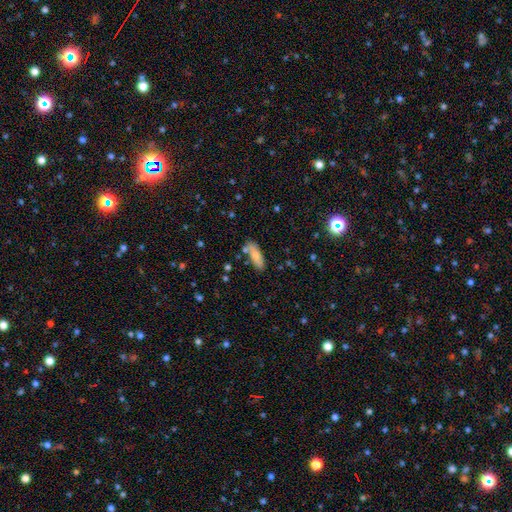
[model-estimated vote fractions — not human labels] Q: Smooth or featured?
A: smooth (76%); runner-up: featured or disk (17%)
Q: How rounded?
A: in between (63%); runner-up: cigar-shaped (35%)
Q: Merging?
A: none (70%); runner-up: minor disturbance (17%)